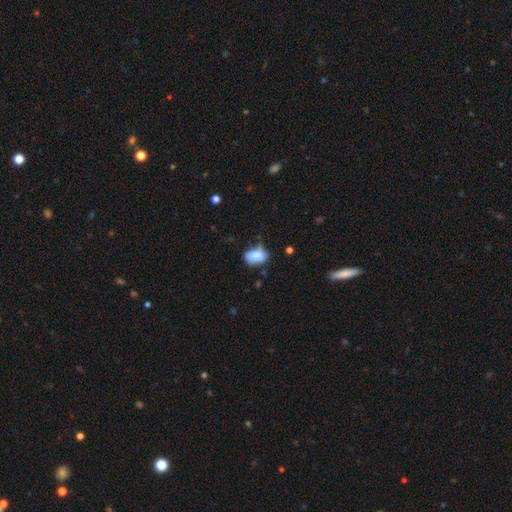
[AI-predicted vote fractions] The model was most divided on "merging": none: 52%, minor disturbance: 31%, major disturbance: 10%, merger: 6%. More confident: how rounded — in between (88%); smooth or featured — smooth (80%).